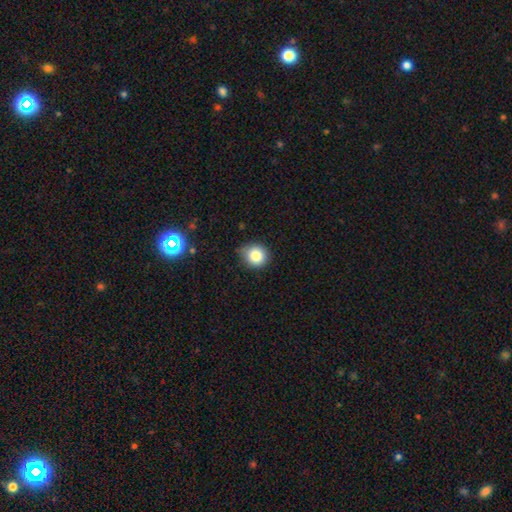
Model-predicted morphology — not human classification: Overall: smooth (83%). How rounded: round (88%). Merging: none (78%).